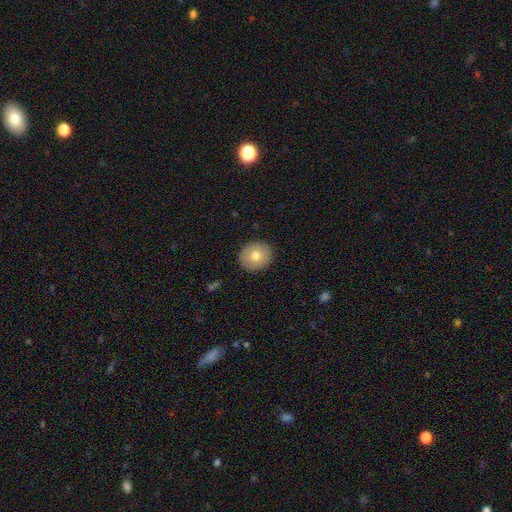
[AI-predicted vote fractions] Smooth or featured? smooth (76%)
How rounded? round (78%)
Merging? none (90%)